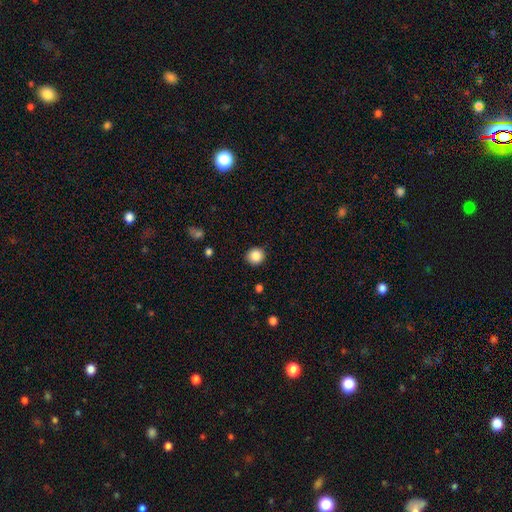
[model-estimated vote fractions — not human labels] Overall: smooth (86%). How rounded: round (87%). Merging: none (89%).